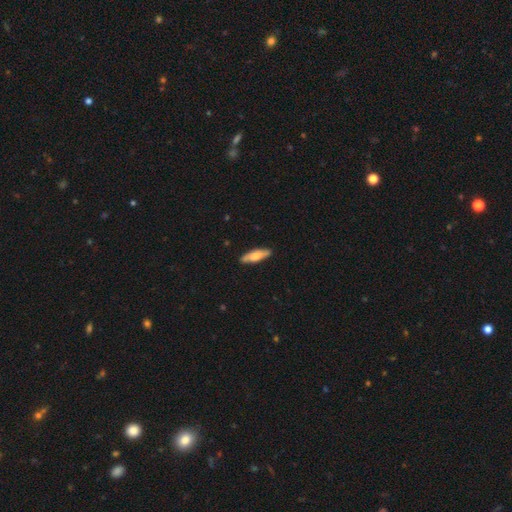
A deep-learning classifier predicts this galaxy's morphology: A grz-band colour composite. It shows a smooth galaxy with no disk features (60%) that is cigar-shaped (59%). Merging: none (85%).